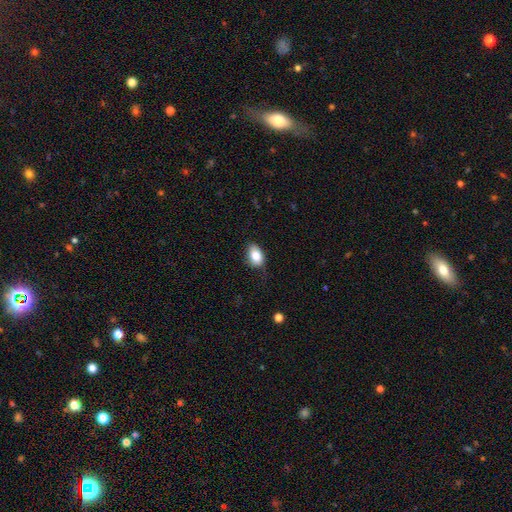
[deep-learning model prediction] Morphology: type=smooth (81%); roundness=in between (84%); merging=none (67%).